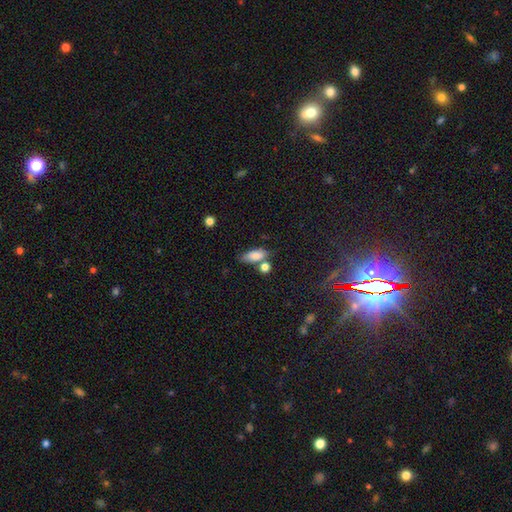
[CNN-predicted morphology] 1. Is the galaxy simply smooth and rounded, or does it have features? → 80% smooth, 11% featured or disk, 9% star or artifact.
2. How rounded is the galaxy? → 80% in between, 15% cigar-shaped, 5% round.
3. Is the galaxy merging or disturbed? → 57% none, 19% merger, 18% minor disturbance, 6% major disturbance.